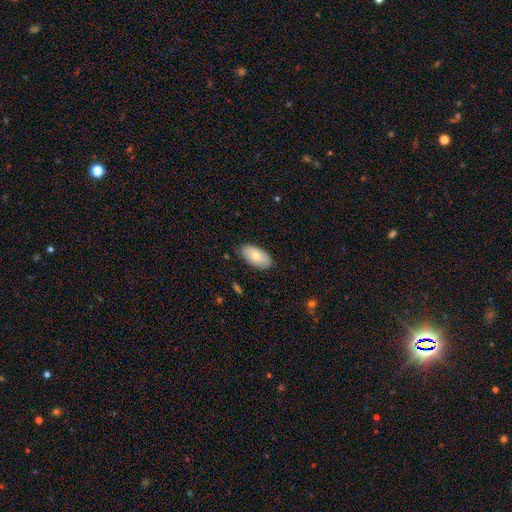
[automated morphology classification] Q: Smooth or featured?
A: smooth (74%); runner-up: featured or disk (20%)
Q: How rounded?
A: in between (94%); runner-up: cigar-shaped (3%)
Q: Merging?
A: none (83%); runner-up: minor disturbance (13%)